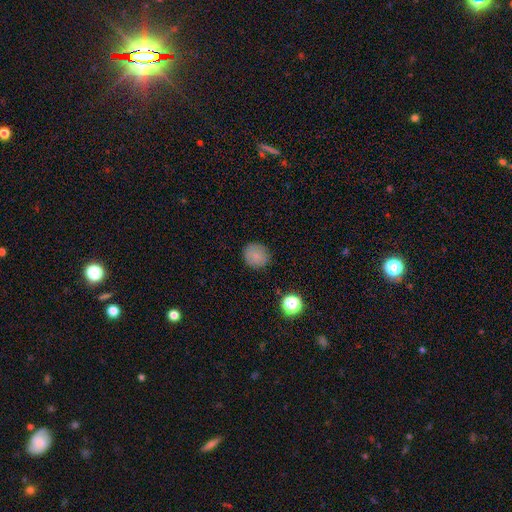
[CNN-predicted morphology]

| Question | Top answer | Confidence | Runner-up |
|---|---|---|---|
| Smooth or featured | smooth | 81% | star or artifact (12%) |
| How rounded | round | 86% | in between (13%) |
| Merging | none | 86% | minor disturbance (10%) |